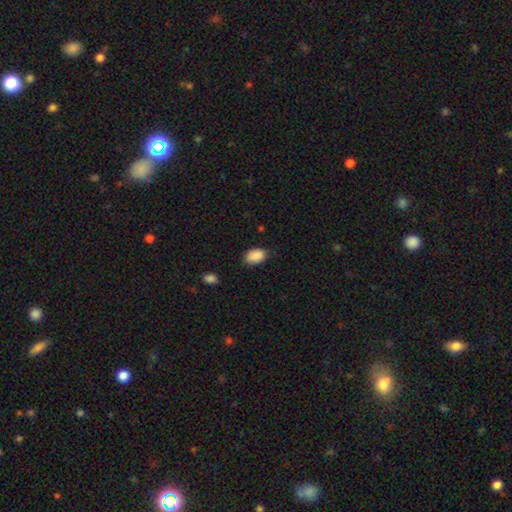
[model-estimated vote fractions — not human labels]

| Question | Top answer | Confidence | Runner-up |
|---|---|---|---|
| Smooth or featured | smooth | 89% | star or artifact (8%) |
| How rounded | in between | 86% | round (12%) |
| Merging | none | 76% | minor disturbance (19%) |